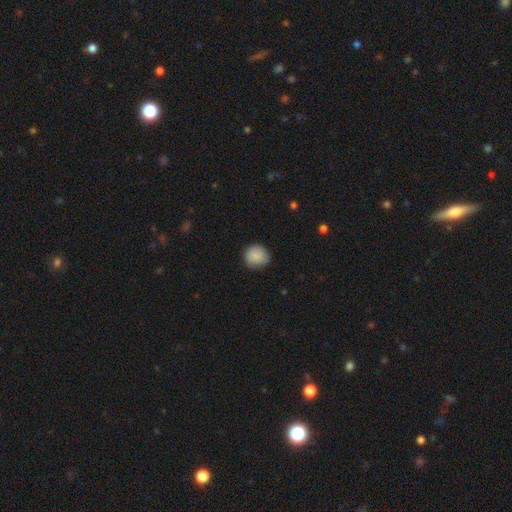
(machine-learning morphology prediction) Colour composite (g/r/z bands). It shows a smooth galaxy with no disk features (88%) that is round (88%). Merging: none (80%).